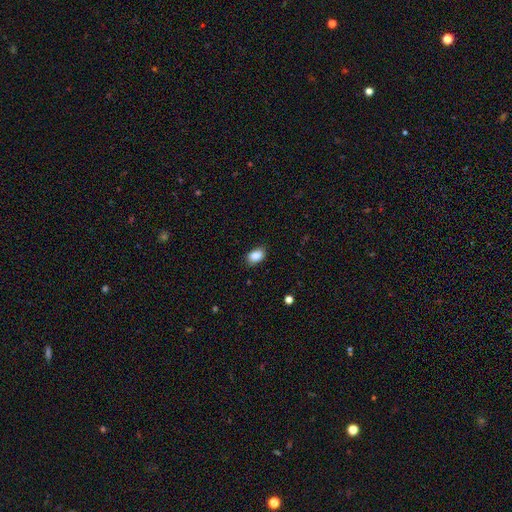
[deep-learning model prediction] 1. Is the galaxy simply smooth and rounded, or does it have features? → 87% smooth, 8% star or artifact, 4% featured or disk.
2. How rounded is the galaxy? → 85% in between, 13% round, 1% cigar-shaped.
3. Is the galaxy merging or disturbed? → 85% none, 12% minor disturbance, 2% major disturbance, 1% merger.